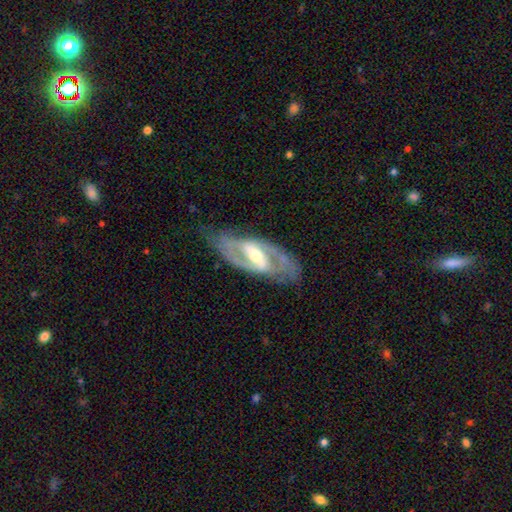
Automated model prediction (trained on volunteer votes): Overall: featured or disk (86%). Edge-on disk: no (92%). Bar: strong (58%; weak 31%). Spiral arms: yes (88%). Spiral arm count: 2 (87%). Spiral winding: medium (51%; tight 30%). Bulge size: moderate (55%; small 38%). Merging: none (73%).